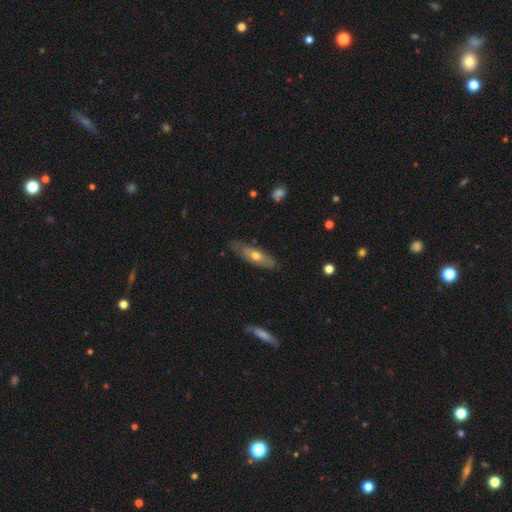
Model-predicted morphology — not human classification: A featured or disk galaxy (52%) viewed edge-on (50%, tied with no).

Vote fractions:
- Smooth or featured? featured or disk: 52% / smooth: 40% / star or artifact: 7%
- Edge-on disk? yes: 50% (tied) / no: 50% (tied)
- Merging? none: 79% / minor disturbance: 16% / major disturbance: 3% / merger: 1%